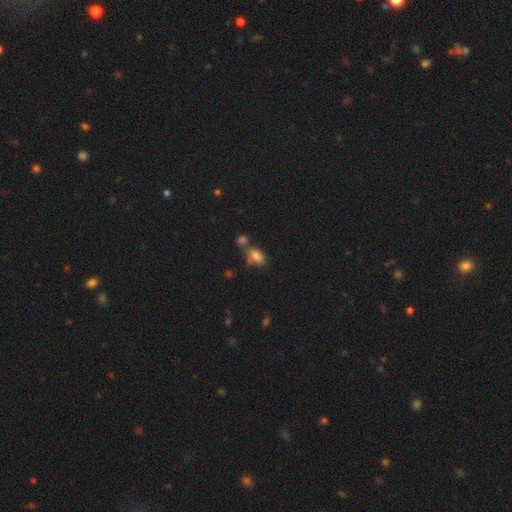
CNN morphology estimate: A smooth galaxy with no disk features (81%) that is in between round and cigar-shaped (87%). Merging: none (43%).